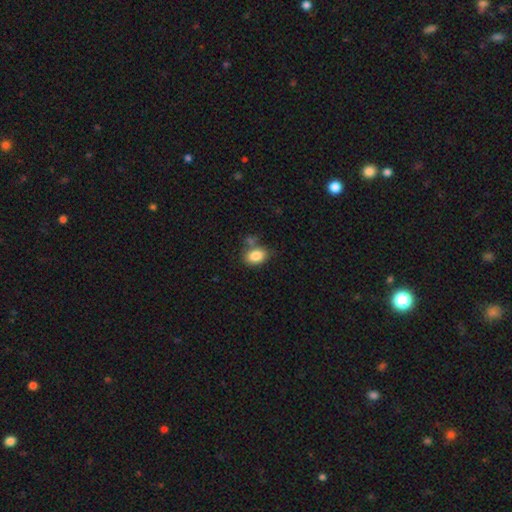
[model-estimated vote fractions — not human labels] A smooth galaxy with no disk features (84%) that is in between round and cigar-shaped (80%). Merging: none (63%).